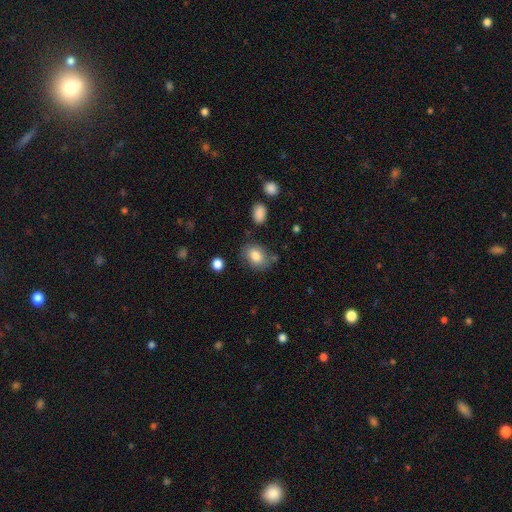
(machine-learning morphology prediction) Smooth or featured? Predicted: smooth (p=0.82). How rounded? Predicted: in between (p=0.68). Merging? Predicted: none (p=0.72).